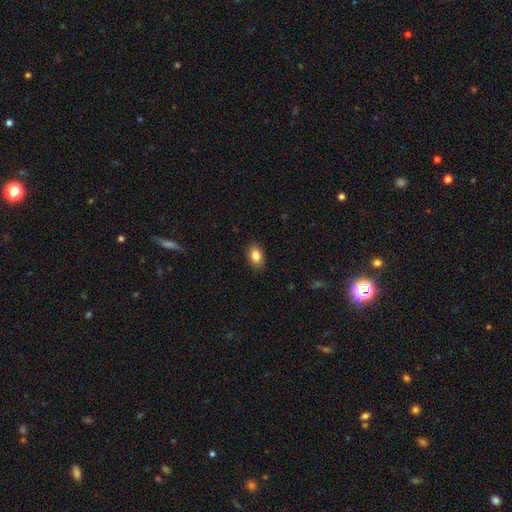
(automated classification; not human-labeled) smooth_or_featured: smooth (p=0.85) [alt: star or artifact p=0.08]
how_rounded: in between (p=0.82) [alt: round p=0.17]
merging: none (p=0.89) [alt: minor disturbance p=0.08]